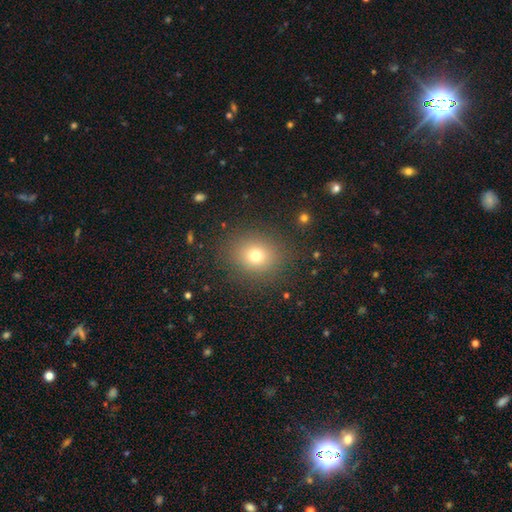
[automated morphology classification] smooth_or_featured: smooth (p=0.73) [alt: star or artifact p=0.17]
how_rounded: round (p=0.73) [alt: in between p=0.26]
merging: none (p=0.87) [alt: minor disturbance p=0.08]